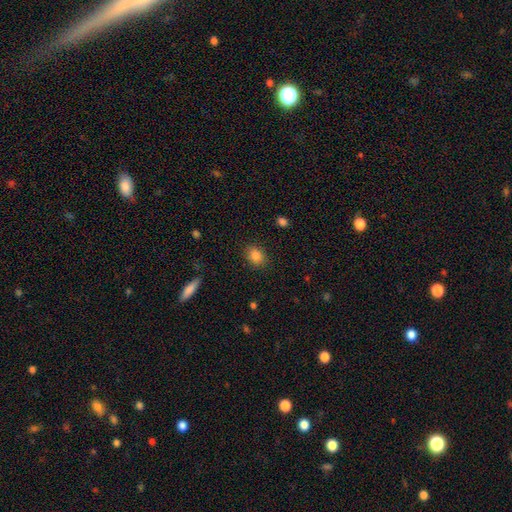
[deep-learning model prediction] Smooth or featured?
  - smooth: 85% *
  - star or artifact: 10%
  - featured or disk: 5%
How rounded?
  - in between: 57% *
  - round: 41%
  - cigar-shaped: 1%
Merging?
  - none: 86% *
  - minor disturbance: 10%
  - major disturbance: 3%
  - merger: 1%